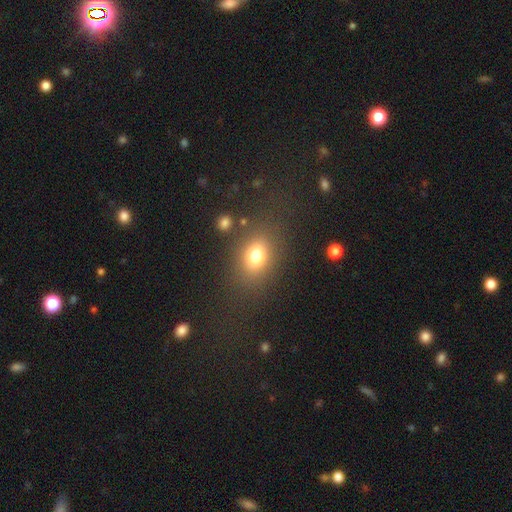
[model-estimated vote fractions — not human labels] The model was most divided on "how rounded": in between: 64%, round: 34%, cigar-shaped: 2%. More confident: merging — none (78%); smooth or featured — smooth (76%).